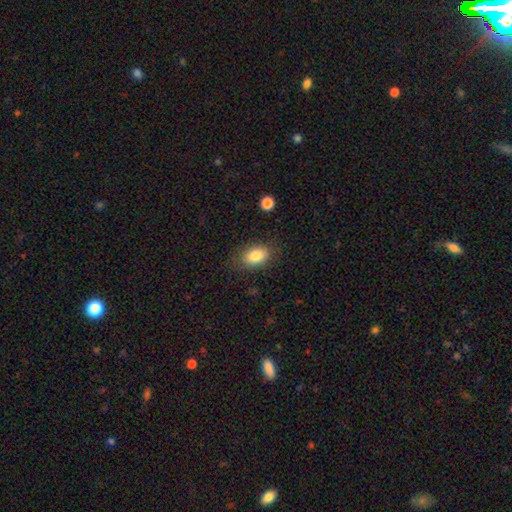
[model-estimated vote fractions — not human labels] smooth 83%, featured or disk 9%, star or artifact 8%. Down the decision tree: how rounded — in between (87%); merging — none (82%).